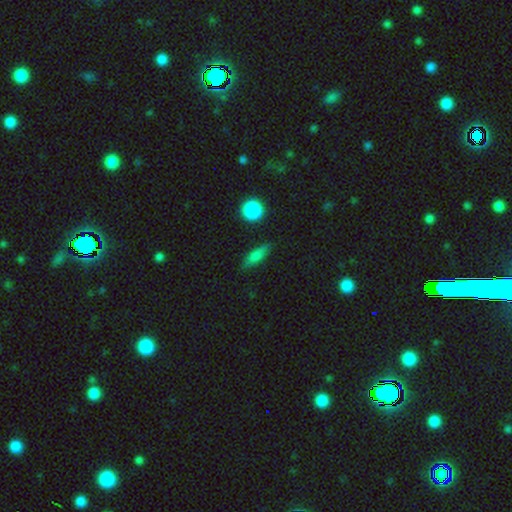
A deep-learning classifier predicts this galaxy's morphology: Overall: smooth (66%). How rounded: cigar-shaped (51%; in between 42%). Merging: none (83%).